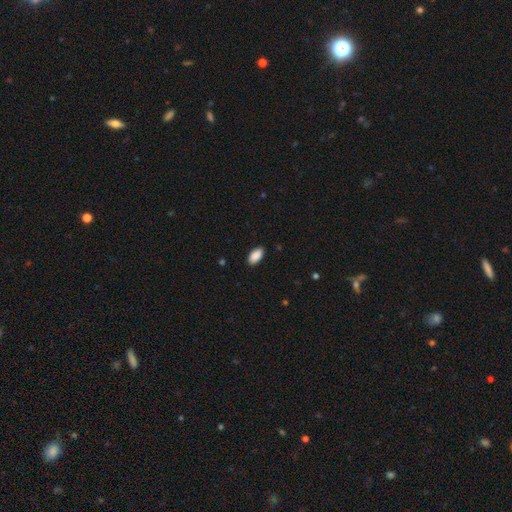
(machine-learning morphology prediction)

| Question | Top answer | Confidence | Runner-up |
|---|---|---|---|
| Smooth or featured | smooth | 90% | star or artifact (6%) |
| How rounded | in between | 95% | cigar-shaped (3%) |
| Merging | none | 88% | minor disturbance (9%) |